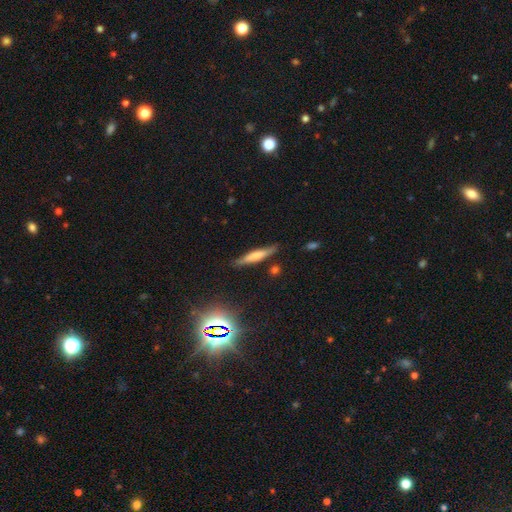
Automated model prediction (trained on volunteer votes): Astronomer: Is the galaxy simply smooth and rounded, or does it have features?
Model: smooth — 51% (runner-up: featured or disk, 40%).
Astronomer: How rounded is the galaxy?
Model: cigar-shaped — 87%.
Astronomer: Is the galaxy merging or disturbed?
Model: none — 83%.